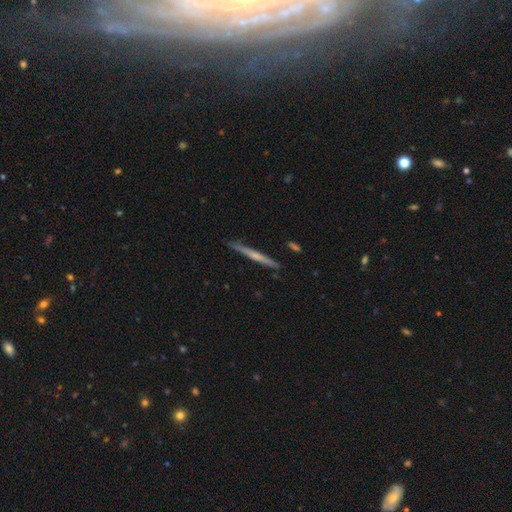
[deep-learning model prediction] smooth_or_featured: featured or disk (p=0.56) [alt: smooth p=0.38]
disk_edge_on: yes (p=0.97) [alt: no p=0.03]
edge_on_bulge: none (p=0.59) [alt: rounded p=0.33]
merging: none (p=0.88) [alt: minor disturbance p=0.09]